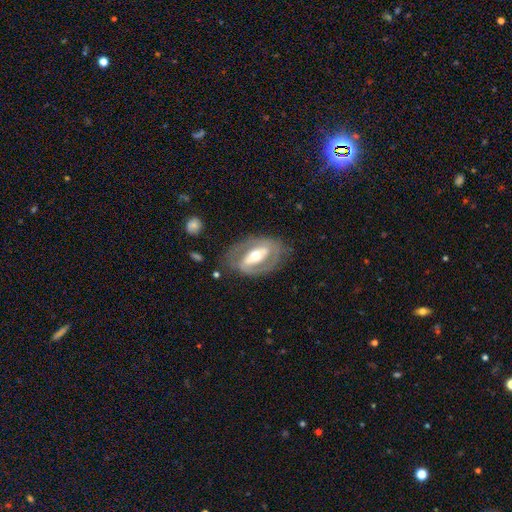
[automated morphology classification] This appears to be a featured or disk galaxy (76%) with a strong bar (52%), spiral arms (56%) and a moderate central bulge (67%). Merging: none (72%).